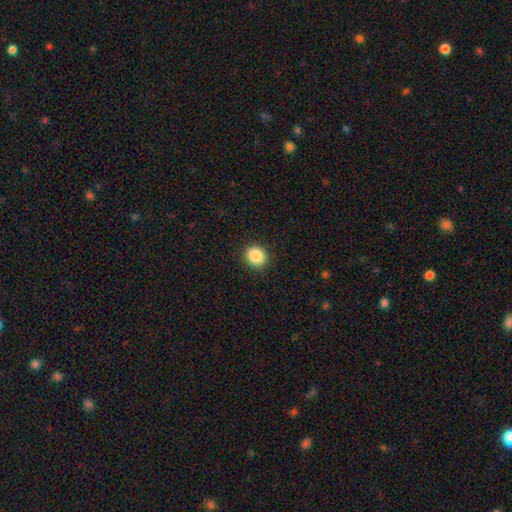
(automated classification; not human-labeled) smooth_or_featured: smooth (p=0.88) [alt: star or artifact p=0.09]
how_rounded: round (p=0.84) [alt: in between p=0.15]
merging: none (p=0.91) [alt: minor disturbance p=0.06]